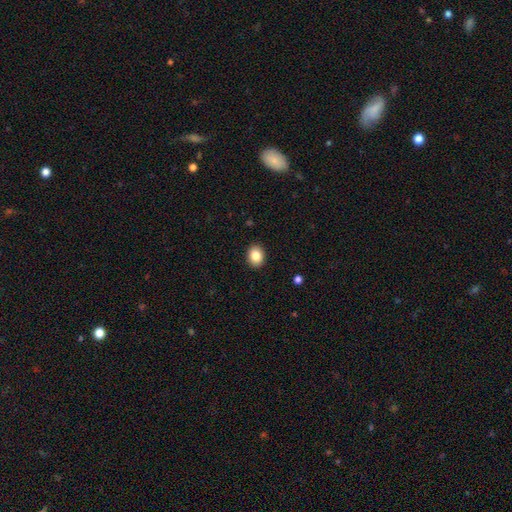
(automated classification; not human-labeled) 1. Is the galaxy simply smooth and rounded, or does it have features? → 85% smooth, 9% star or artifact, 6% featured or disk.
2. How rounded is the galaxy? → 54% in between, 45% round, 1% cigar-shaped.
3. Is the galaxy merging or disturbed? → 91% none, 7% minor disturbance, 2% major disturbance, 1% merger.